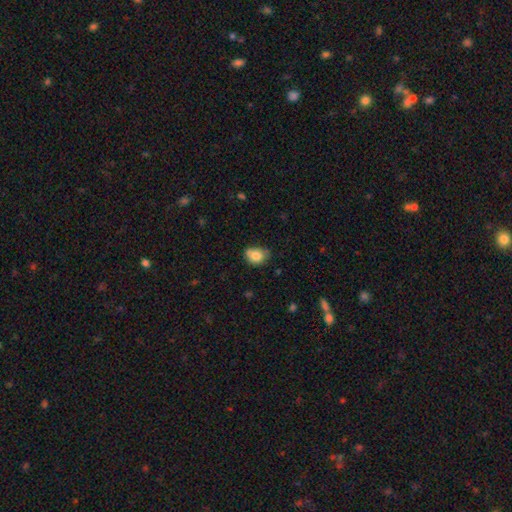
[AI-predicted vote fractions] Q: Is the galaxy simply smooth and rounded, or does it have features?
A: smooth — 79%.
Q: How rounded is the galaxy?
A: in between — 58%.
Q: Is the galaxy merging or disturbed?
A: none — 60%.